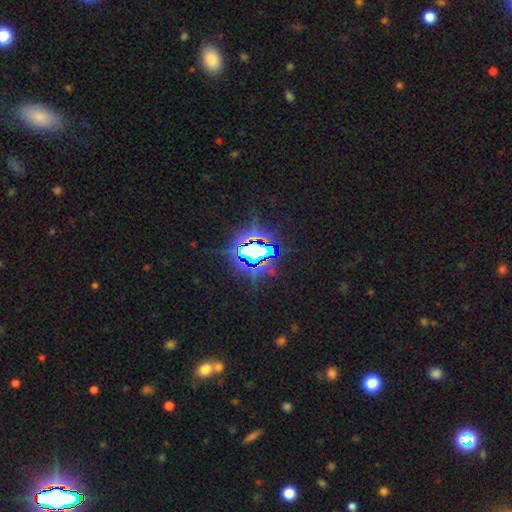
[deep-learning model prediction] The model was most divided on "smooth or featured": star or artifact: 77%, featured or disk: 12%, smooth: 11%.